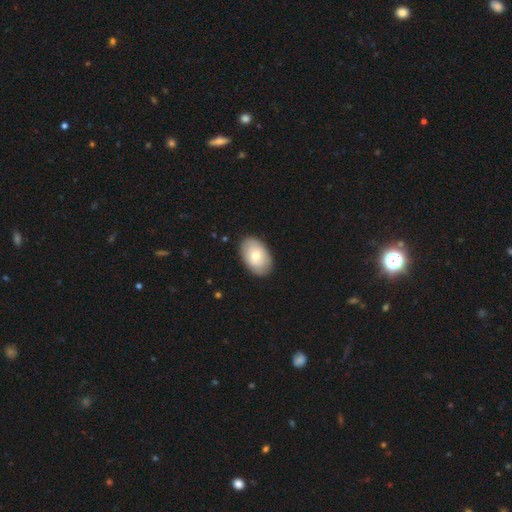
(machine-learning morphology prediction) A smooth galaxy with no disk features (67%) that is in between round and cigar-shaped (90%).

Vote fractions:
- Smooth or featured? smooth: 67% / featured or disk: 27% / star or artifact: 5%
- How rounded? in between: 90% / round: 9% / cigar-shaped: 1%
- Merging? none: 86% / minor disturbance: 10% / major disturbance: 2% / merger: 1%